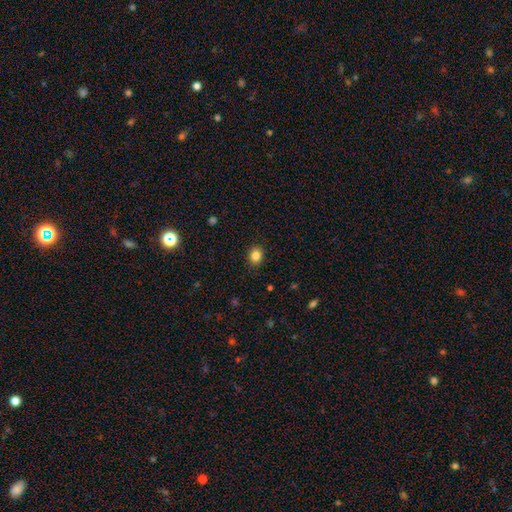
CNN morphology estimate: This appears to be a smooth galaxy with no disk features (84%) that is round (62%). Merging: none (89%).